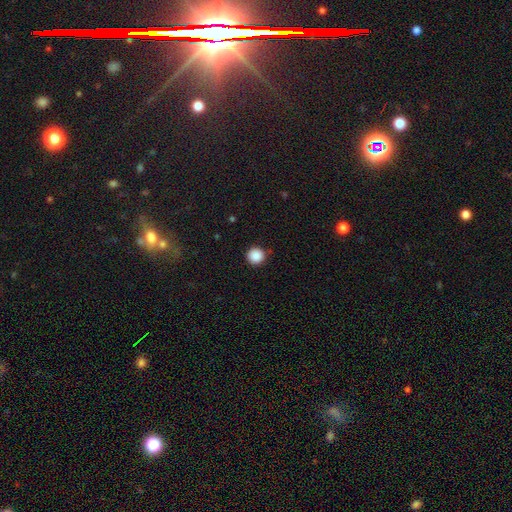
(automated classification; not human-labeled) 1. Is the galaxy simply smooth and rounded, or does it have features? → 88% smooth, 10% star or artifact, 2% featured or disk.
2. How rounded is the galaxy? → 96% round, 3% in between, 1% cigar-shaped.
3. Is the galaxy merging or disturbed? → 90% none, 7% minor disturbance, 2% major disturbance, 1% merger.